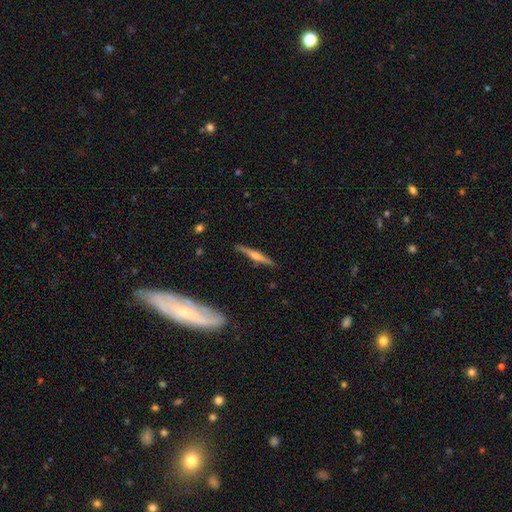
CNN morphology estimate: A featured or disk galaxy (74%) viewed edge-on (97%) with a rounded central bulge (86%). Merging: none (87%).